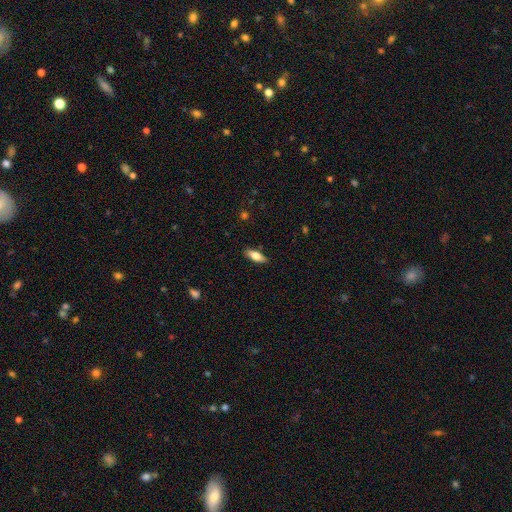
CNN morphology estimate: This appears to be a smooth galaxy with no disk features (77%) that is in between round and cigar-shaped (71%). Merging: none (87%).